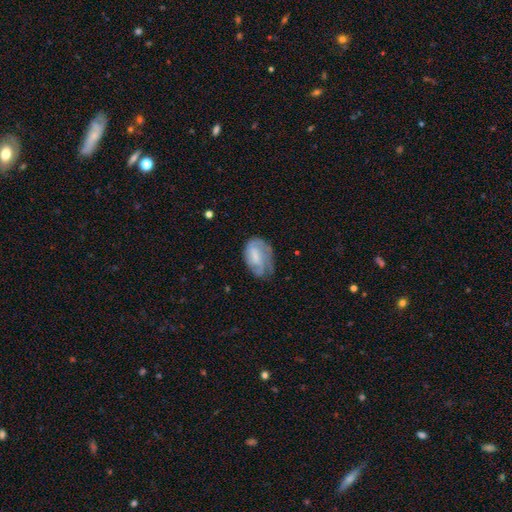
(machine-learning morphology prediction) Q: Smooth or featured?
A: featured or disk (50%); runner-up: smooth (43%)
Q: Edge-on disk?
A: no (96%); runner-up: yes (4%)
Q: Merging?
A: none (44%); runner-up: minor disturbance (34%)